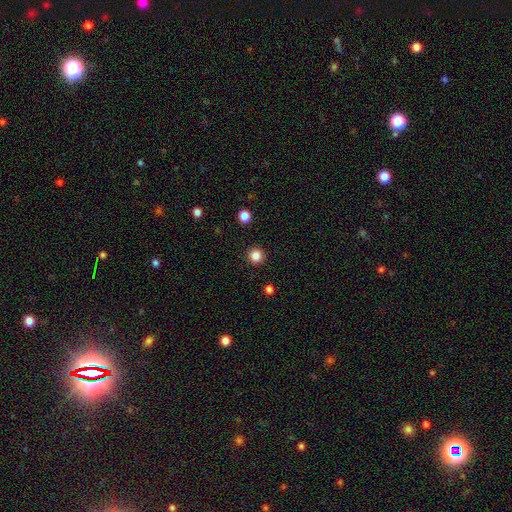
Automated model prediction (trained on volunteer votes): Smooth or featured? smooth (85%)
How rounded? round (96%)
Merging? none (93%)